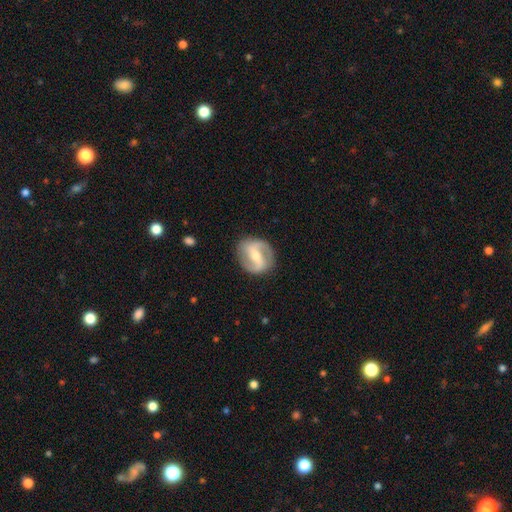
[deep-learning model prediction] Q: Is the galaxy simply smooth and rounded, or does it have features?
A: featured or disk — 83%.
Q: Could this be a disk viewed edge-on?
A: no — 97%.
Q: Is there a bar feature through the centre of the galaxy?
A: strong — 47%.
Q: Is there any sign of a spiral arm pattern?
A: yes — 91%.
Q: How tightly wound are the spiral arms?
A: medium — 46%.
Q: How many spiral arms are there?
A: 2 — 91%.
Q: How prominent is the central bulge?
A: moderate — 51%.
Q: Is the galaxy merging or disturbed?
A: none — 84%.